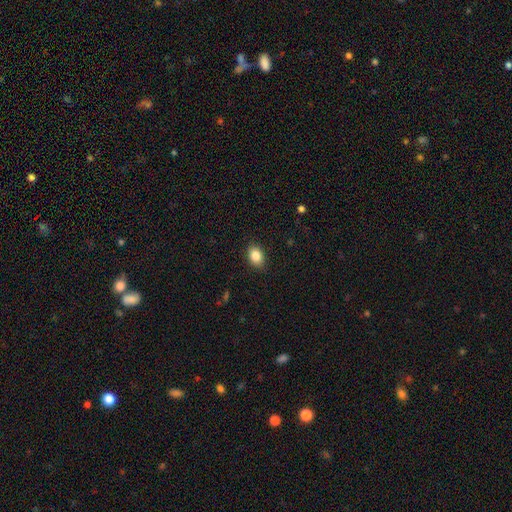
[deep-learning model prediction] Q: Smooth or featured?
A: smooth (85%); runner-up: star or artifact (8%)
Q: How rounded?
A: in between (77%); runner-up: round (22%)
Q: Merging?
A: none (89%); runner-up: minor disturbance (8%)